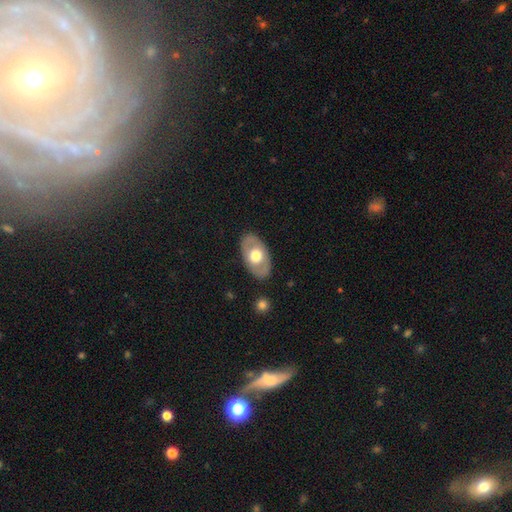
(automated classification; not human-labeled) A smooth galaxy with no disk features (50%).

Vote fractions:
- Smooth or featured? smooth: 50% / featured or disk: 45% / star or artifact: 5%
- Merging? none: 86% / minor disturbance: 10% / major disturbance: 3% / merger: 1%